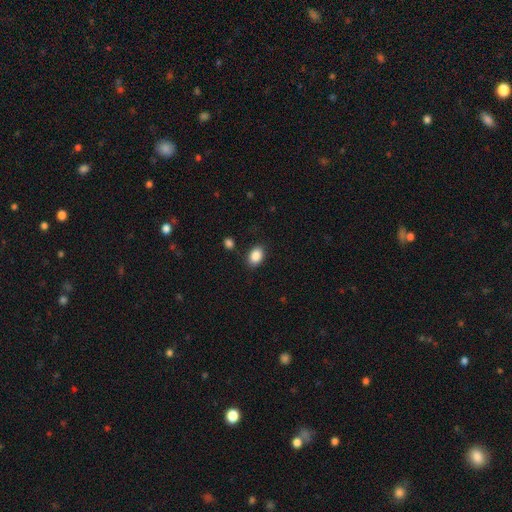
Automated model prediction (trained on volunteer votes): Smooth or featured? smooth (88%)
How rounded? in between (81%)
Merging? none (84%)